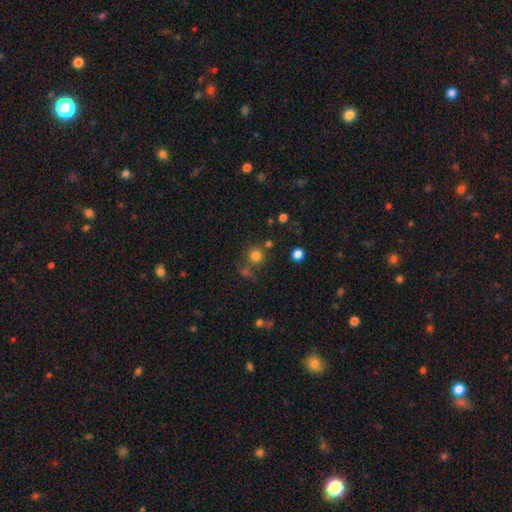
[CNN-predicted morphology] type=smooth (77%); roundness=round (91%); merging=none (70%).